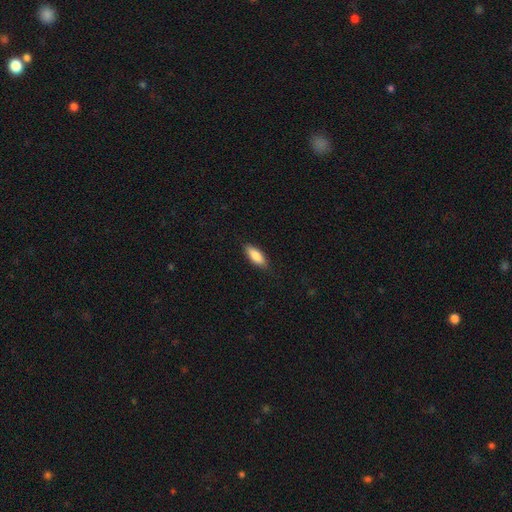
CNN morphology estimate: smooth 85%, featured or disk 9%, star or artifact 6%. Down the decision tree: how rounded — in between (73%); merging — none (86%).